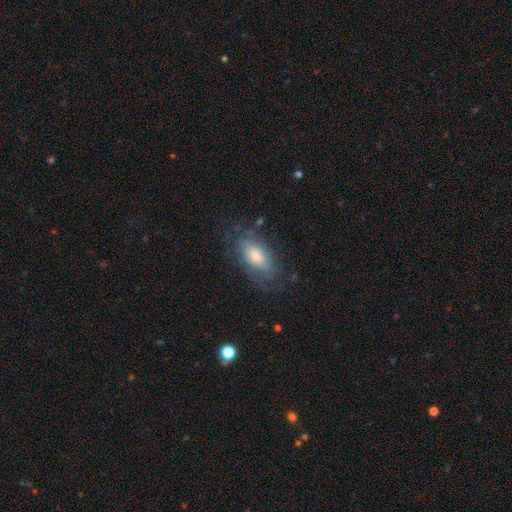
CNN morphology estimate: A smooth galaxy with no disk features (52%) that is in between round and cigar-shaped (87%).

Vote fractions:
- Smooth or featured? smooth: 52% / featured or disk: 40% / star or artifact: 8%
- How rounded? in between: 87% / cigar-shaped: 10% / round: 4%
- Merging? none: 65% / minor disturbance: 22% / major disturbance: 11% / merger: 2%